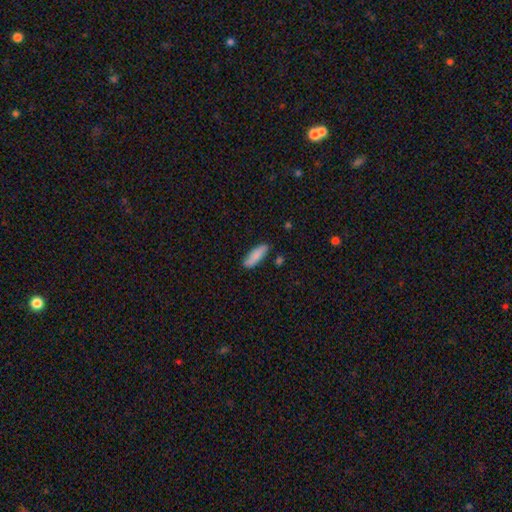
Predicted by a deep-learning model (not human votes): Morphology: type=smooth (85%); roundness=in between (53%); merging=none (80%).